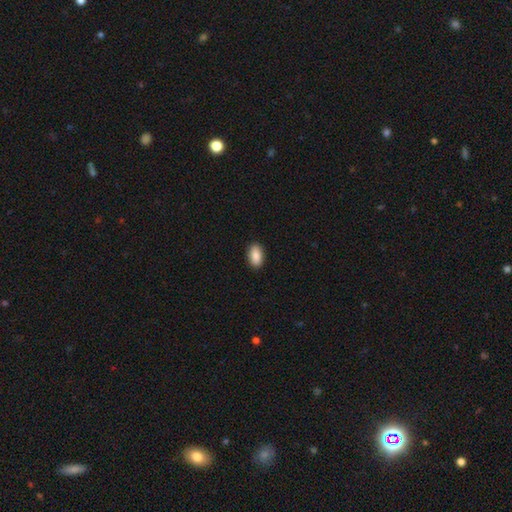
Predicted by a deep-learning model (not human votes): Smooth or featured? Predicted: smooth (p=0.88). How rounded? Predicted: in between (p=0.93). Merging? Predicted: none (p=0.91).